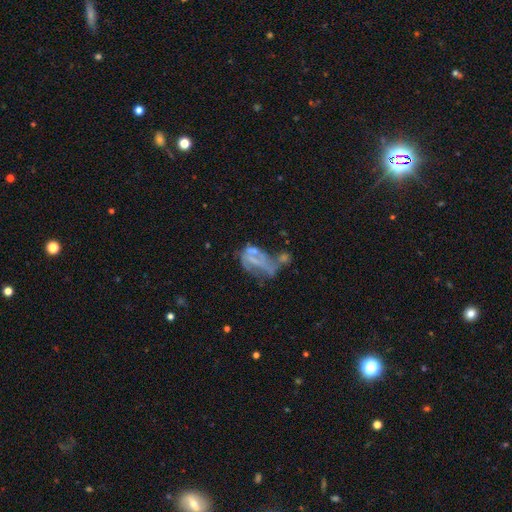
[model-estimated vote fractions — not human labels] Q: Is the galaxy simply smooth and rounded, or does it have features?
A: featured or disk — 59%.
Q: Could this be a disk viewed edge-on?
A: no — 95%.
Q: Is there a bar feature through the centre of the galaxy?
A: no — 62%.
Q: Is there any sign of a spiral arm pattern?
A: no — 67%.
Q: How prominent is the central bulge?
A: none — 60%.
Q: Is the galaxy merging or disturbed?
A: major disturbance — 36%.